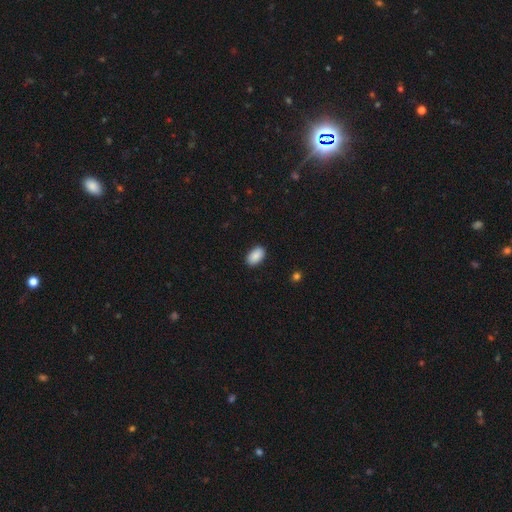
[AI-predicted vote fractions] Smooth or featured?
  - smooth: 90% *
  - star or artifact: 7%
  - featured or disk: 3%
How rounded?
  - in between: 93% *
  - round: 5%
  - cigar-shaped: 1%
Merging?
  - none: 89% *
  - minor disturbance: 8%
  - major disturbance: 2%
  - merger: 1%